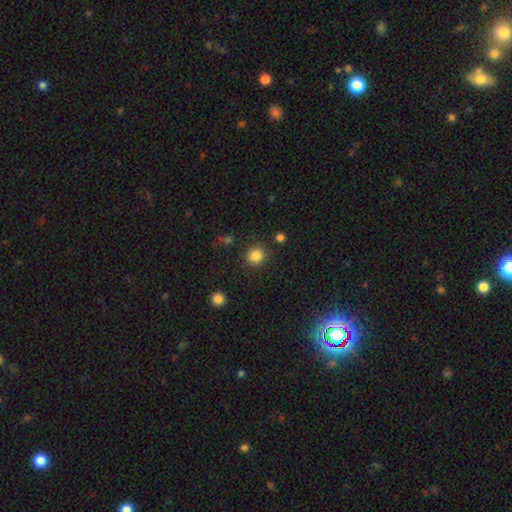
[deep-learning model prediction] A smooth galaxy with no disk features (85%) that is round (85%). Merging: none (87%).